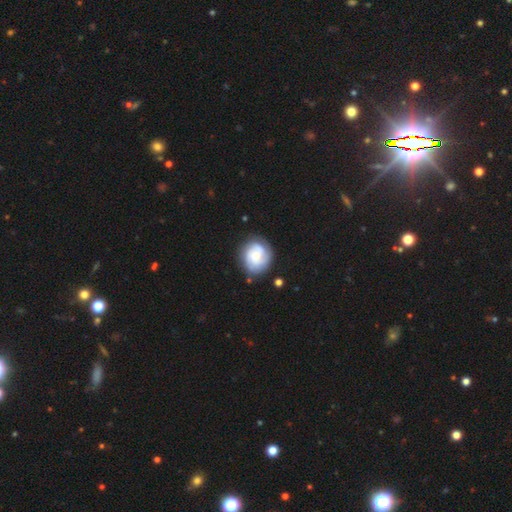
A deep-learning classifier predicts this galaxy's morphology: The model was most divided on "bulge size": moderate: 39%, small: 38%, large: 13%, none: 7%, dominant: 2%. Remaining: edge-on disk — no (98%); spiral arms — yes (89%); merging — none (73%); bar — no (70%); smooth or featured — featured or disk (59%); spiral winding — tight (59%); spiral arm count — can't tell (31%).